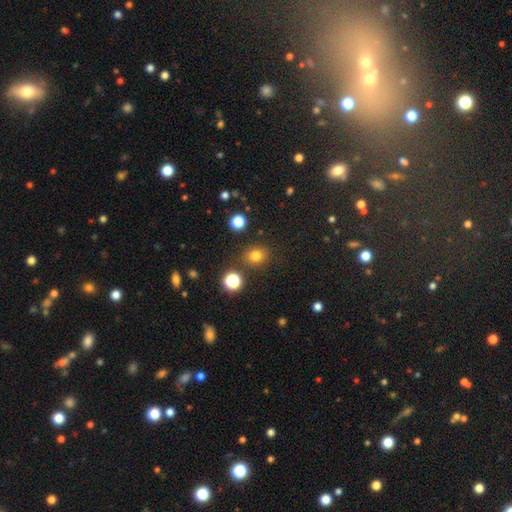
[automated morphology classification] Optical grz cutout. It shows a smooth galaxy with no disk features (78%) that is round (76%). Merging: none (84%).